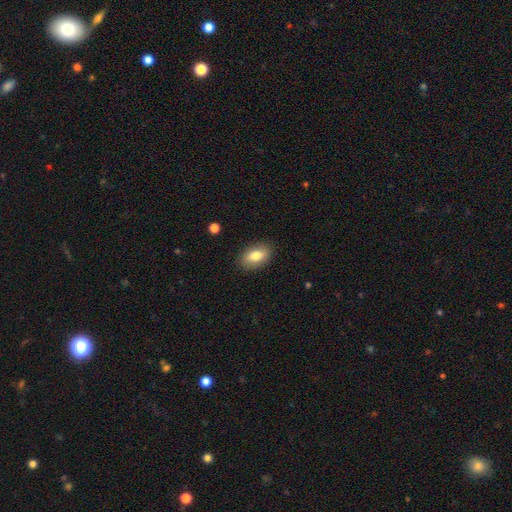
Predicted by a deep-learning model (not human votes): Smooth or featured?
  - smooth: 80% *
  - featured or disk: 12%
  - star or artifact: 7%
How rounded?
  - in between: 88% *
  - round: 10%
  - cigar-shaped: 3%
Merging?
  - none: 86% *
  - minor disturbance: 10%
  - major disturbance: 3%
  - merger: 1%